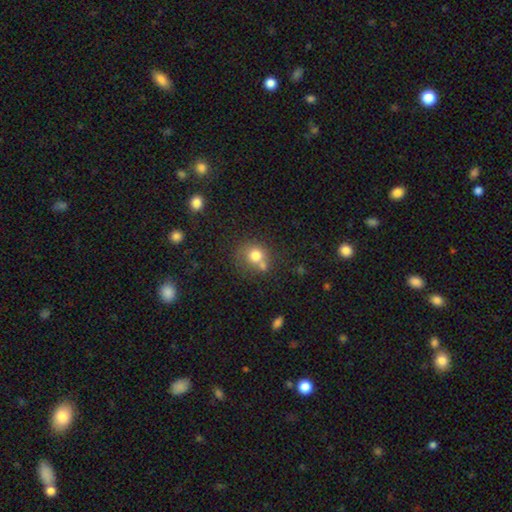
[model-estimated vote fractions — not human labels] smooth-or-featured: smooth: 75% | featured or disk: 14% | star or artifact: 12%
  how-rounded: round: 80% | in between: 19% | cigar-shaped: 1%
  merging: none: 46% | merger: 34% | minor disturbance: 14% | major disturbance: 6%